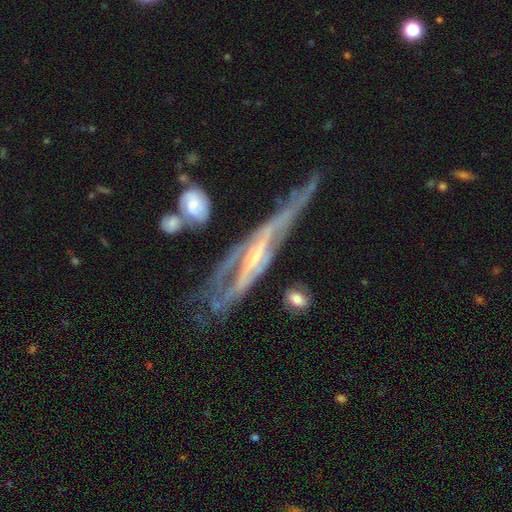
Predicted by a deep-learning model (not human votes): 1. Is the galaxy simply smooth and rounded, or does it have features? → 84% featured or disk, 9% smooth, 7% star or artifact.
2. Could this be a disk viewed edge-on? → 54% yes, 46% no.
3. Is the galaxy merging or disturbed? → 49% none, 24% minor disturbance, 19% major disturbance, 8% merger.